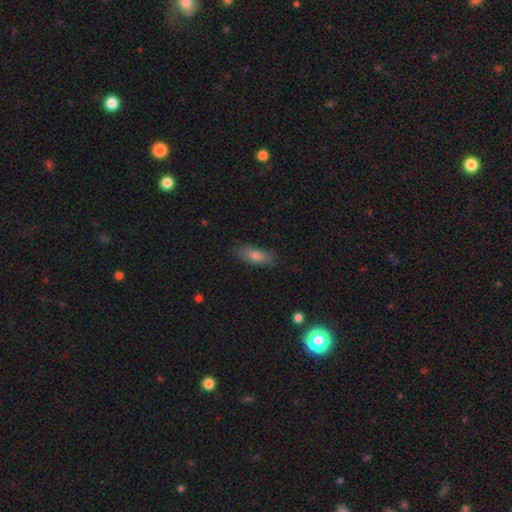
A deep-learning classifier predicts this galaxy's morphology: Overall: smooth (73%). How rounded: in between (65%; cigar-shaped 32%). Merging: none (83%).